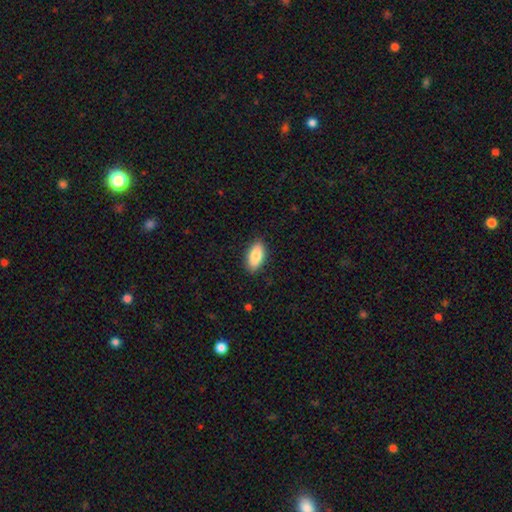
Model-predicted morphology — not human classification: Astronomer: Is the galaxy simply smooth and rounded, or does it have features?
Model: smooth — 87%.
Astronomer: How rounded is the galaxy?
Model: in between — 89%.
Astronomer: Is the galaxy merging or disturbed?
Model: none — 88%.